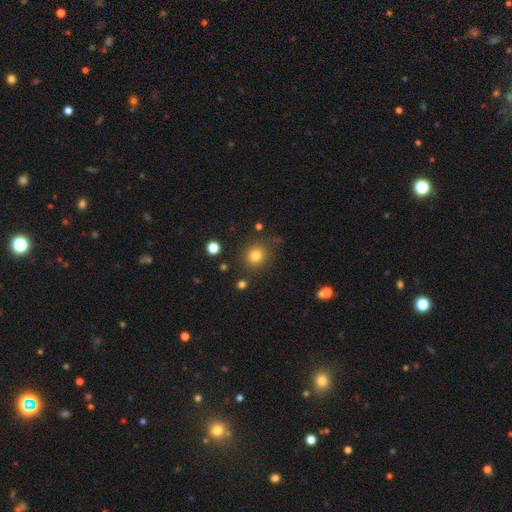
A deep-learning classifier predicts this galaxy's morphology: smooth_or_featured: smooth (p=0.80) [alt: star or artifact p=0.13]
how_rounded: round (p=0.87) [alt: in between p=0.13]
merging: none (p=0.82) [alt: minor disturbance p=0.11]